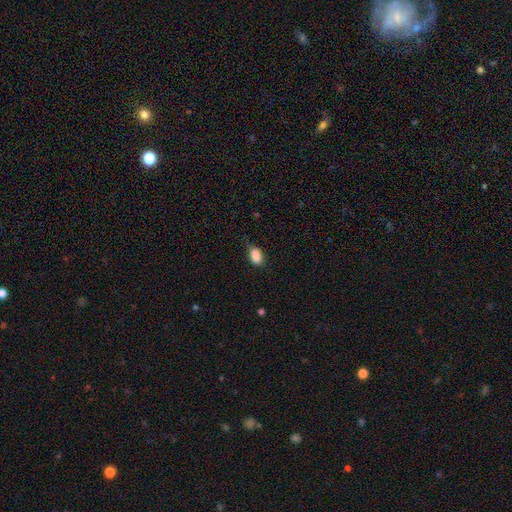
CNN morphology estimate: Smooth or featured?
  - smooth: 87% *
  - star or artifact: 8%
  - featured or disk: 5%
How rounded?
  - in between: 86% *
  - round: 12%
  - cigar-shaped: 2%
Merging?
  - none: 63% *
  - minor disturbance: 29%
  - major disturbance: 6%
  - merger: 1%